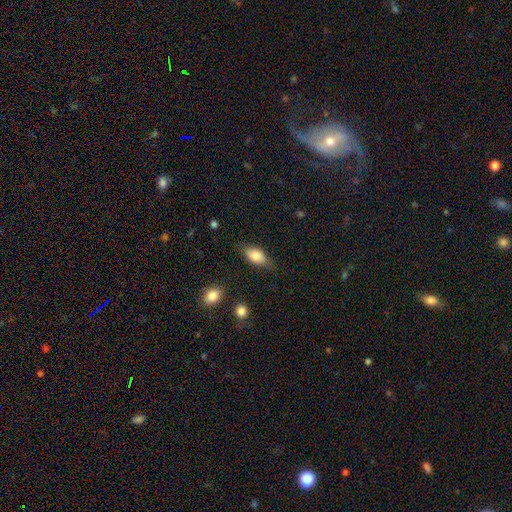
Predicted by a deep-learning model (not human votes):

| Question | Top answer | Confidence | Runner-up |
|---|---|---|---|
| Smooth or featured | smooth | 80% | featured or disk (14%) |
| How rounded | in between | 88% | cigar-shaped (7%) |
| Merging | none | 72% | minor disturbance (21%) |